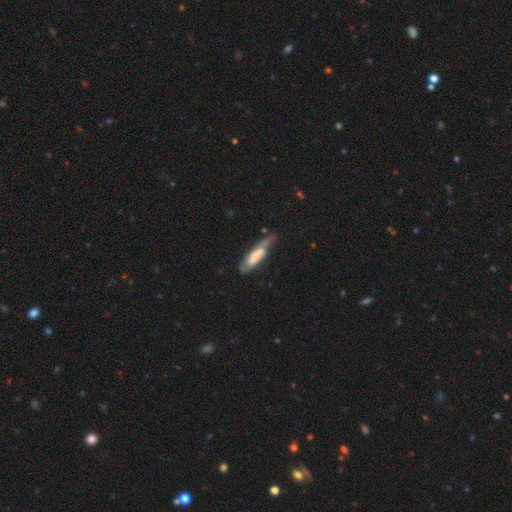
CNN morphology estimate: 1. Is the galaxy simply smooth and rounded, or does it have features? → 53% smooth, 41% featured or disk, 6% star or artifact.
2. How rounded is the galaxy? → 66% cigar-shaped, 33% in between, 1% round.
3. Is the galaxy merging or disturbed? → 39% none, 36% minor disturbance, 19% major disturbance, 6% merger.